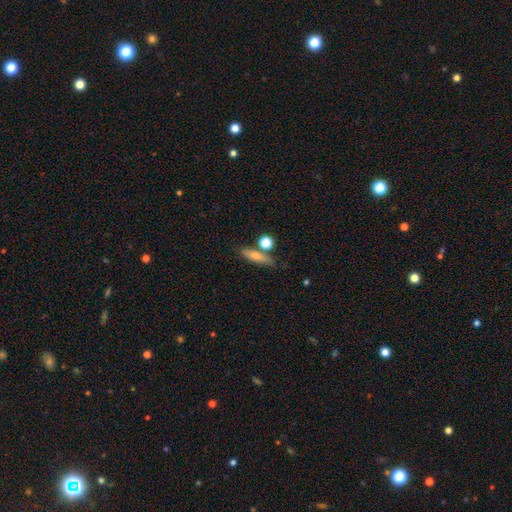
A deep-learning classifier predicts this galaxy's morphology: The model was most divided on "how rounded": cigar-shaped: 57%, in between: 35%, round: 8%. More confident: merging — none (69%); smooth or featured — smooth (67%).